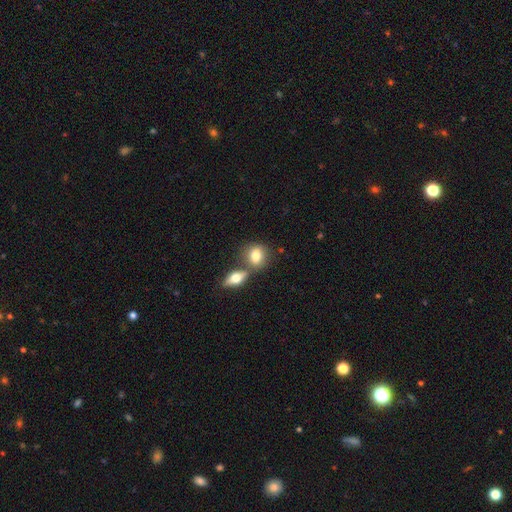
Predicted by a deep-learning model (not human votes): Smooth or featured? smooth (78%)
How rounded? in between (54%)
Merging? none (49%)